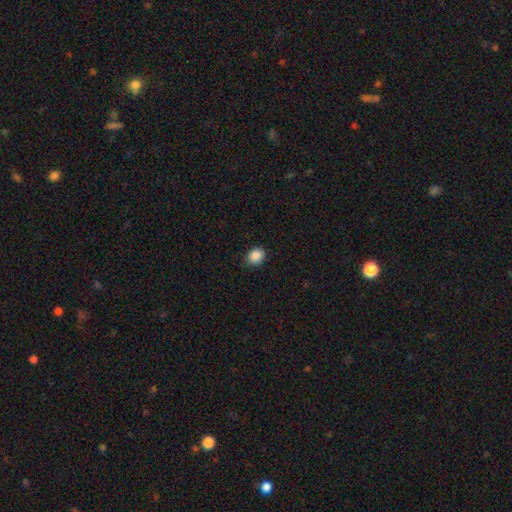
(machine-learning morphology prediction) type=smooth (89%); roundness=in between (54%); merging=none (87%).